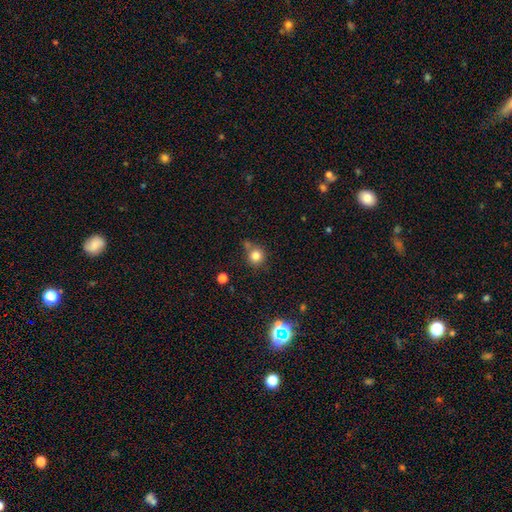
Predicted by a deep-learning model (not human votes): Smooth or featured? Predicted: smooth (p=0.80). How rounded? Predicted: round (p=0.90). Merging? Predicted: none (p=0.65).